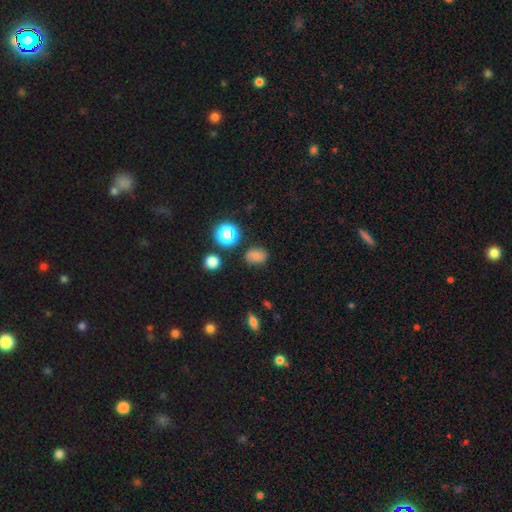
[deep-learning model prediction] Smooth or featured: smooth — 69% (star or artifact — 18%)
How rounded: in between — 55% (round — 43%)
Merging: none — 81% (minor disturbance — 13%)